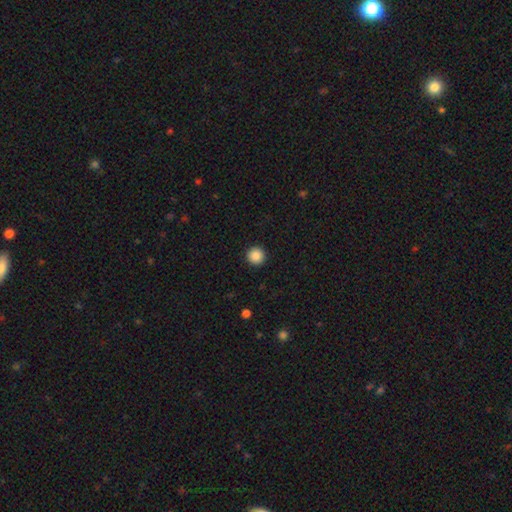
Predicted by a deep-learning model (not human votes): Overall: smooth (88%). How rounded: round (96%). Merging: none (93%).